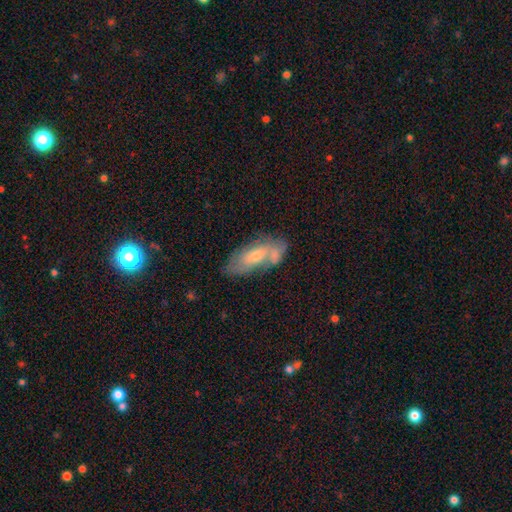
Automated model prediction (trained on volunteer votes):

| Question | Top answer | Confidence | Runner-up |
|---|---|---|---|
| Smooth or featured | featured or disk | 47% | smooth (45%) |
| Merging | none | 48% | merger (23%) |